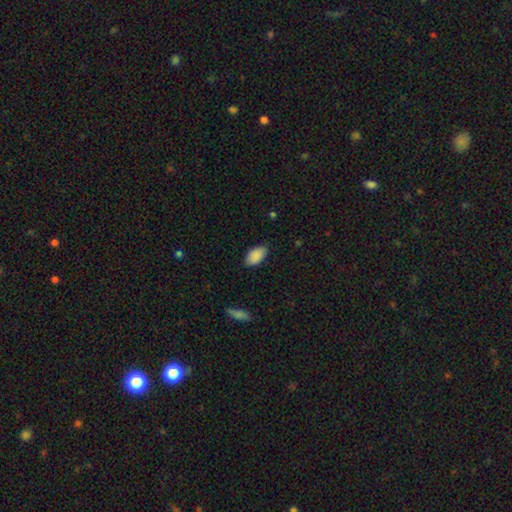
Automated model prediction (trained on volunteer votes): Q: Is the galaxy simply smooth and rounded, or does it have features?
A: smooth — 90%.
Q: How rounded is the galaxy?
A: in between — 94%.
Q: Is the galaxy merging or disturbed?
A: none — 83%.